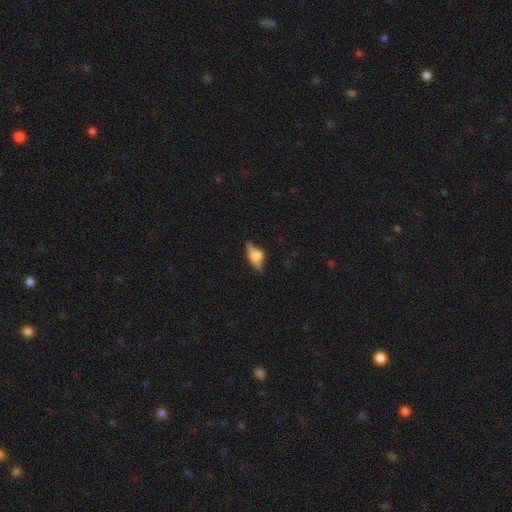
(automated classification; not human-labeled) A featured or disk galaxy (48%).

Vote fractions:
- Smooth or featured? featured or disk: 48% / smooth: 42% / star or artifact: 10%
- Merging? none: 58% / minor disturbance: 25% / major disturbance: 12% / merger: 5%